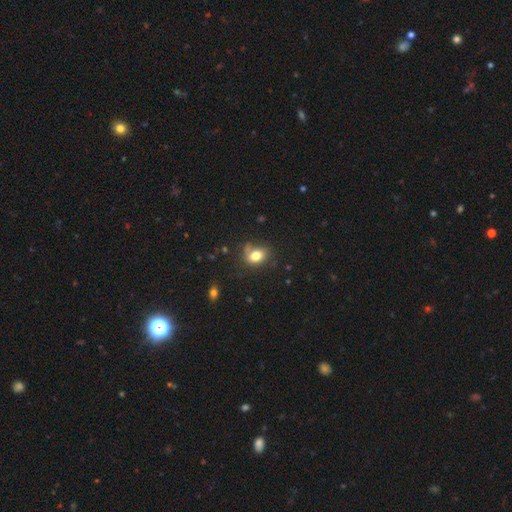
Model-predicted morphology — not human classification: Smooth or featured?
  - smooth: 79% *
  - featured or disk: 11%
  - star or artifact: 10%
How rounded?
  - in between: 67% *
  - round: 32%
  - cigar-shaped: 1%
Merging?
  - none: 62% *
  - minor disturbance: 22%
  - major disturbance: 8%
  - merger: 8%